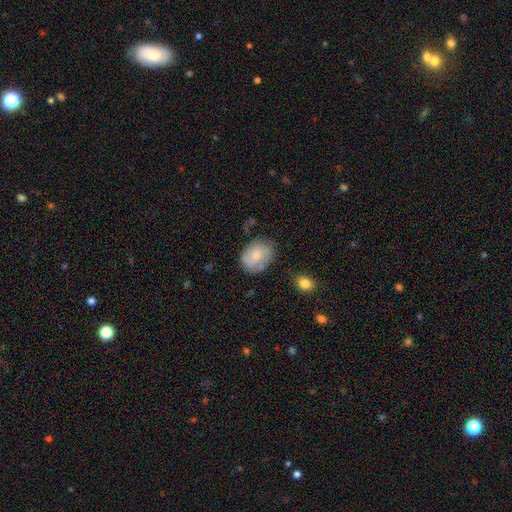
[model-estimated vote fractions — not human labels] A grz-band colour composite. It shows a smooth galaxy with no disk features (70%) that is in between round and cigar-shaped (60%). Merging: none (63%).